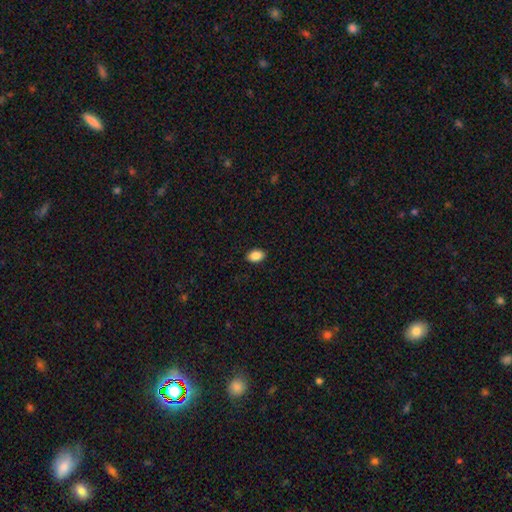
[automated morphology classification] Smooth or featured? smooth (88%)
How rounded? in between (87%)
Merging? none (90%)